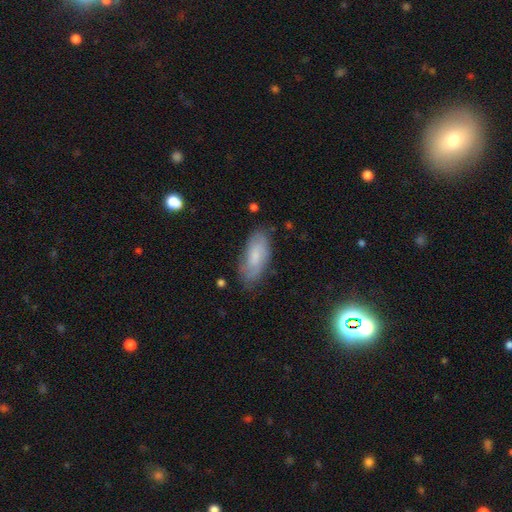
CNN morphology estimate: Overall: smooth (57%; featured or disk 35%). How rounded: in between (82%). Merging: none (75%).